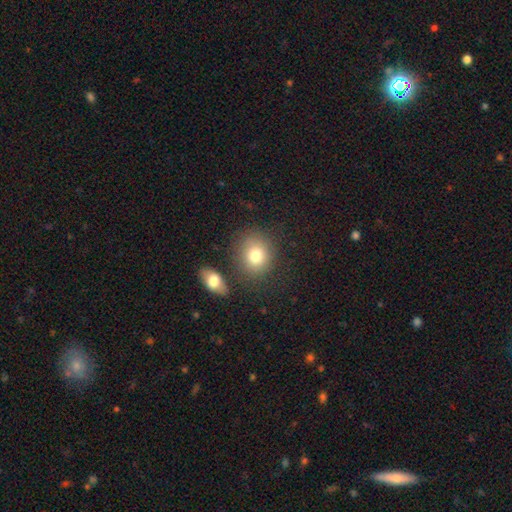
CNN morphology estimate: type=smooth (80%); roundness=round (65%); merging=none (75%).